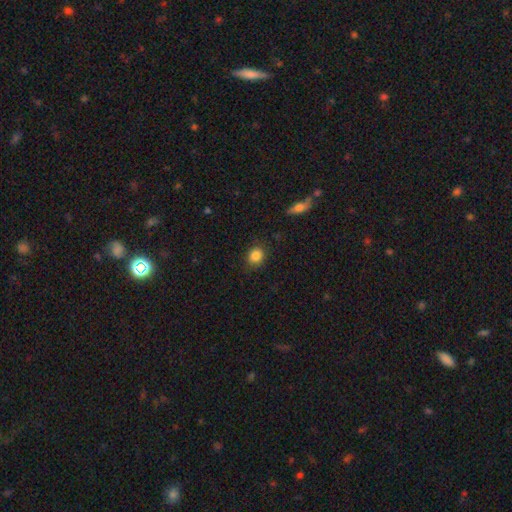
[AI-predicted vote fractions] The model was most divided on "how rounded": round: 70%, in between: 28%, cigar-shaped: 1%. More confident: smooth or featured — smooth (86%); merging — none (85%).